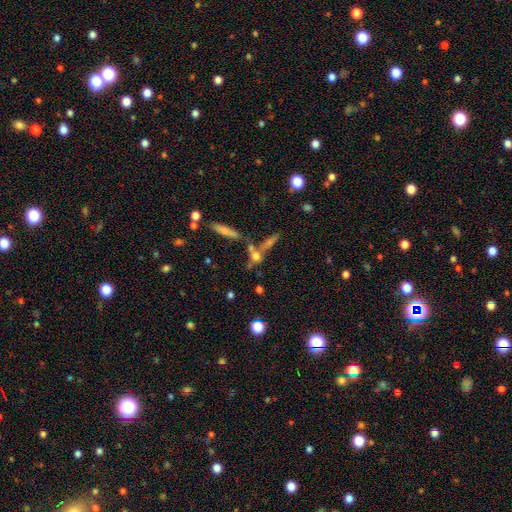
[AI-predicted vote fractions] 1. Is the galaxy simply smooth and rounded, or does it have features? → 58% smooth, 26% featured or disk, 16% star or artifact.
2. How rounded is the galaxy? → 36% round, 35% cigar-shaped, 29% in between.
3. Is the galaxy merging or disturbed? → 47% none, 36% merger, 10% minor disturbance, 7% major disturbance.